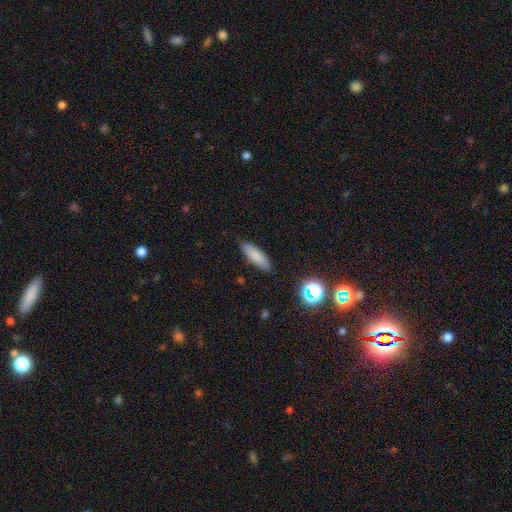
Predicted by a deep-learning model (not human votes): This appears to be a smooth galaxy with no disk features (82%) that is cigar-shaped (51%). Merging: none (86%).